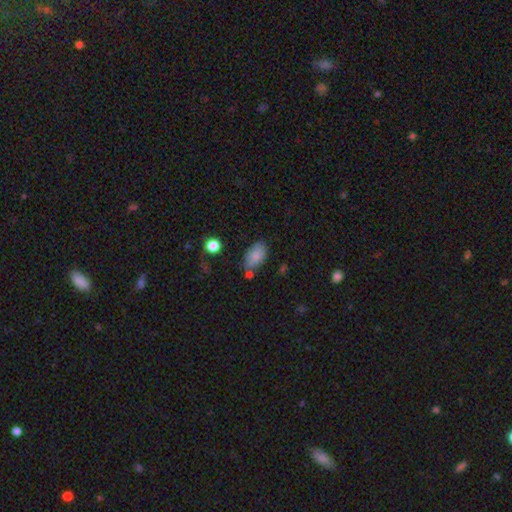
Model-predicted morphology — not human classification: The model was most divided on "merging": none: 66%, minor disturbance: 21%, merger: 8%, major disturbance: 5%. More confident: how rounded — in between (92%); smooth or featured — smooth (81%).